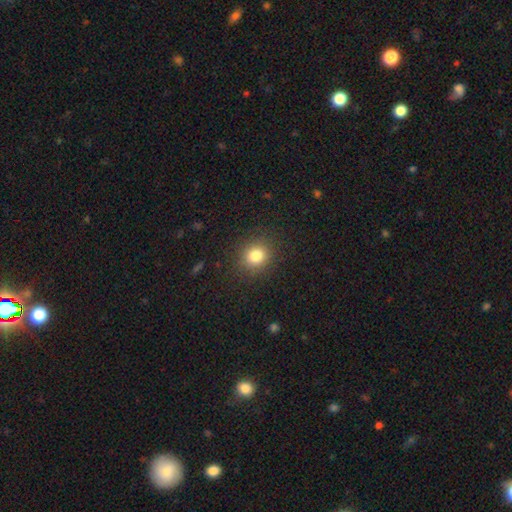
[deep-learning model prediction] A smooth galaxy with no disk features (81%) that is round (79%).

Vote fractions:
- Smooth or featured? smooth: 81% / star or artifact: 12% / featured or disk: 7%
- How rounded? round: 79% / in between: 20% / cigar-shaped: 1%
- Merging? none: 87% / minor disturbance: 8% / major disturbance: 3% / merger: 1%